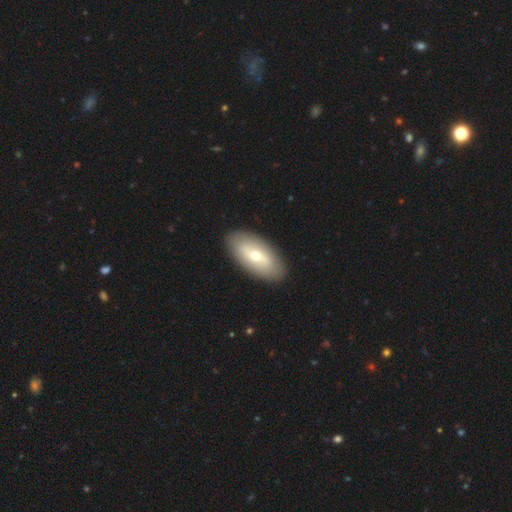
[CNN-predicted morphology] type=smooth (56%); roundness=in between (91%); merging=none (89%).